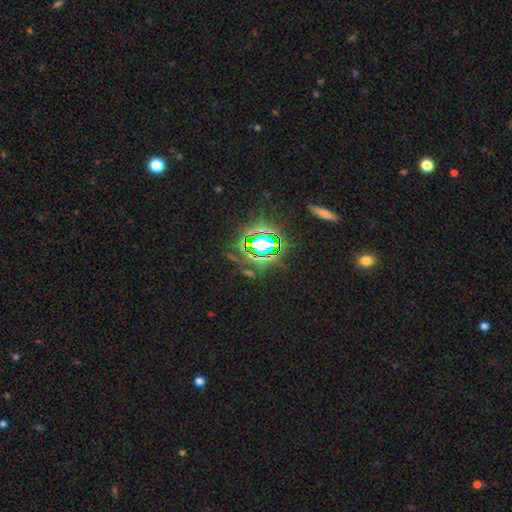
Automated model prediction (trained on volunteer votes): Smooth or featured?
  - star or artifact: 80% *
  - smooth: 12%
  - featured or disk: 8%